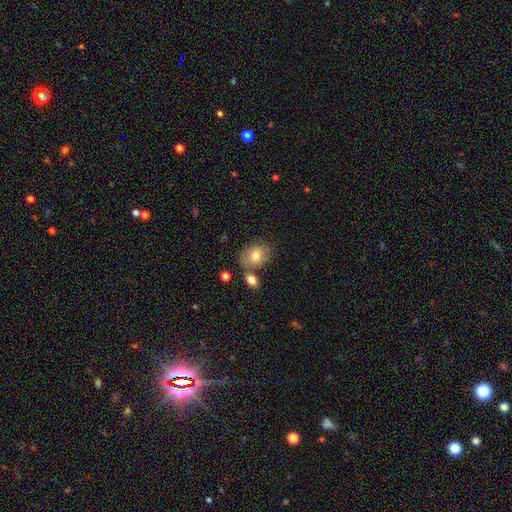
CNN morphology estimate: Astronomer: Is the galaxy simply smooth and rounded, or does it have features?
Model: smooth — 76%.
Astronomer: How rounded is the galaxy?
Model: in between — 67%.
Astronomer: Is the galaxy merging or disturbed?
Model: none — 63%.